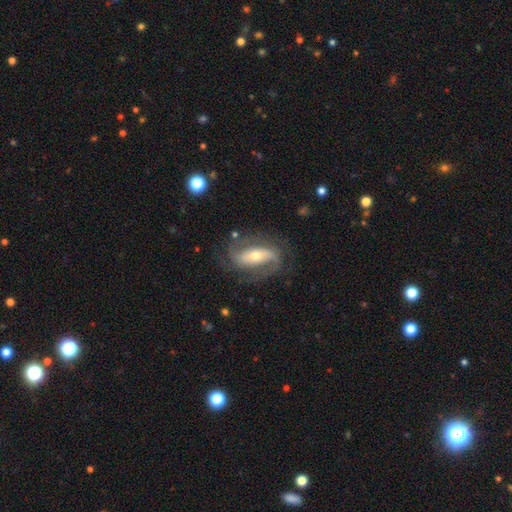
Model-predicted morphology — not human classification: Q: Smooth or featured?
A: featured or disk (81%); runner-up: smooth (13%)
Q: Edge-on disk?
A: no (92%); runner-up: yes (8%)
Q: Bar?
A: strong (48%); runner-up: weak (26%)
Q: Spiral arms?
A: yes (92%); runner-up: no (8%)
Q: Spiral winding?
A: medium (44%); runner-up: loose (31%)
Q: Spiral arm count?
A: 2 (84%); runner-up: can't tell (6%)
Q: Bulge size?
A: moderate (47%); runner-up: small (46%)
Q: Merging?
A: none (71%); runner-up: minor disturbance (16%)